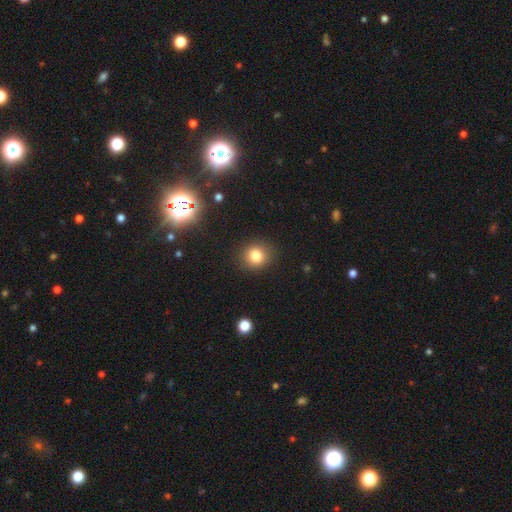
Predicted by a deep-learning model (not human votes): A smooth galaxy with no disk features (80%) that is round (82%).

Vote fractions:
- Smooth or featured? smooth: 80% / star or artifact: 13% / featured or disk: 7%
- How rounded? round: 82% / in between: 17% / cigar-shaped: 1%
- Merging? none: 88% / minor disturbance: 8% / major disturbance: 3% / merger: 1%